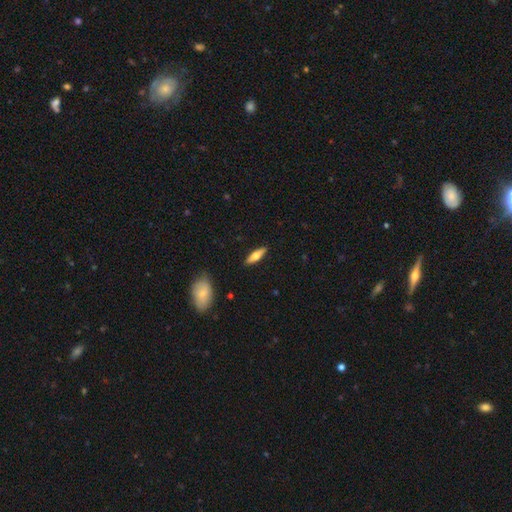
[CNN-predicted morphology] smooth 50%, featured or disk 44%, star or artifact 6%. Down the decision tree: how rounded — cigar-shaped (56%); merging — none (88%).